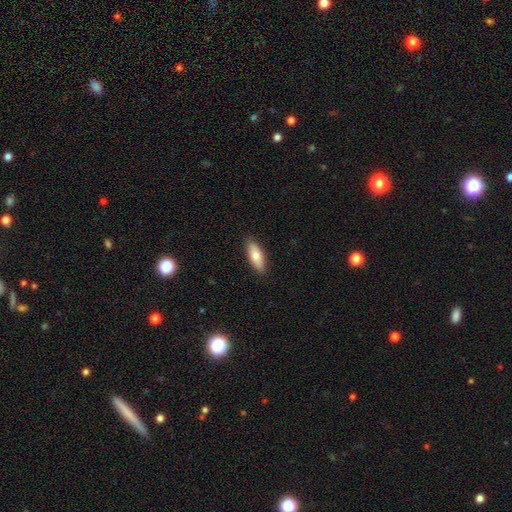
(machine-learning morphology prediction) Smooth or featured: smooth — 73% (featured or disk — 21%)
How rounded: in between — 72% (cigar-shaped — 25%)
Merging: none — 88% (minor disturbance — 9%)